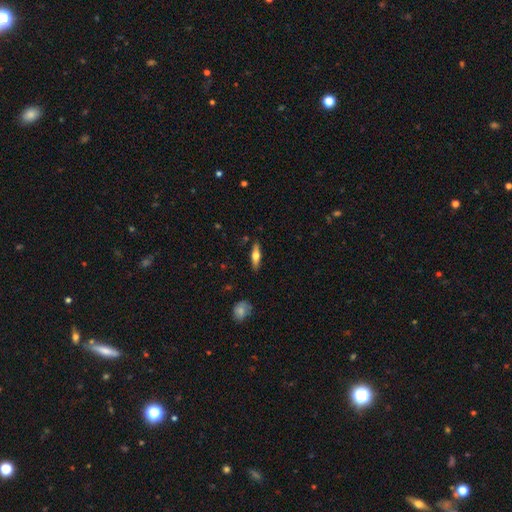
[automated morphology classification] Smooth or featured: smooth — 52% (featured or disk — 42%)
How rounded: cigar-shaped — 56% (in between — 42%)
Merging: none — 86% (minor disturbance — 10%)